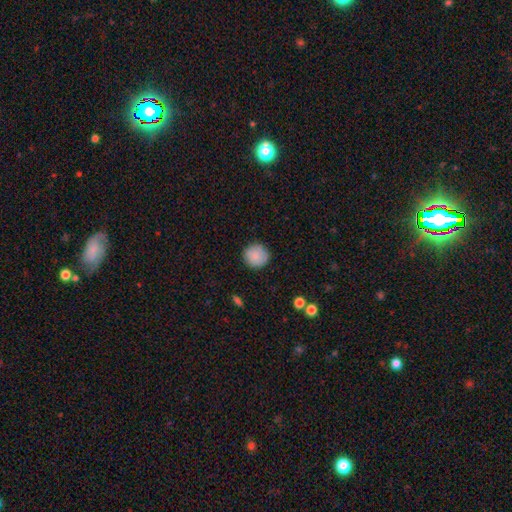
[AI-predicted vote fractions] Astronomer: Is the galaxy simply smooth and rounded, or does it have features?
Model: smooth — 88%.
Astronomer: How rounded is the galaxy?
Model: round — 93%.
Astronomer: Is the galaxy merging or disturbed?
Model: none — 89%.